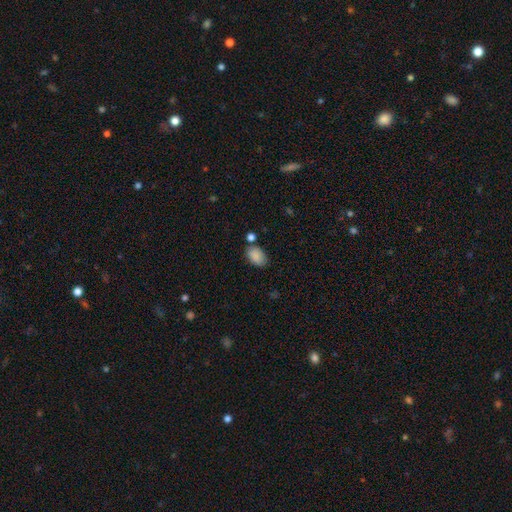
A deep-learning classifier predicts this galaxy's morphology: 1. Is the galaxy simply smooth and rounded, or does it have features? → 87% smooth, 8% star or artifact, 6% featured or disk.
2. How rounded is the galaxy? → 88% in between, 11% round, 1% cigar-shaped.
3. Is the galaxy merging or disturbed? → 68% none, 17% minor disturbance, 11% merger, 4% major disturbance.